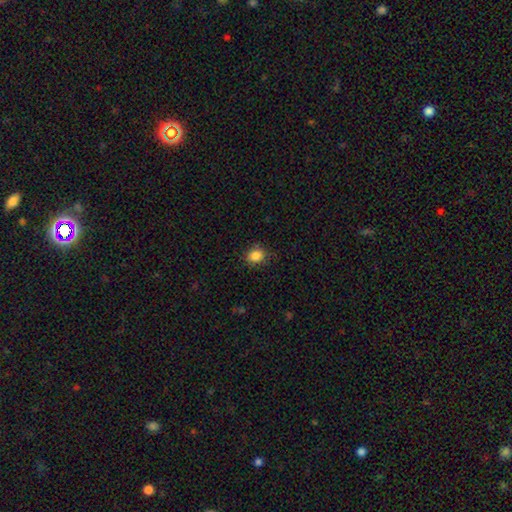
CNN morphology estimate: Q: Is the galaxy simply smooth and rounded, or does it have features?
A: smooth — 85%.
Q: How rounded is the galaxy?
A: round — 61%.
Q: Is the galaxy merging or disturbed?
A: none — 83%.